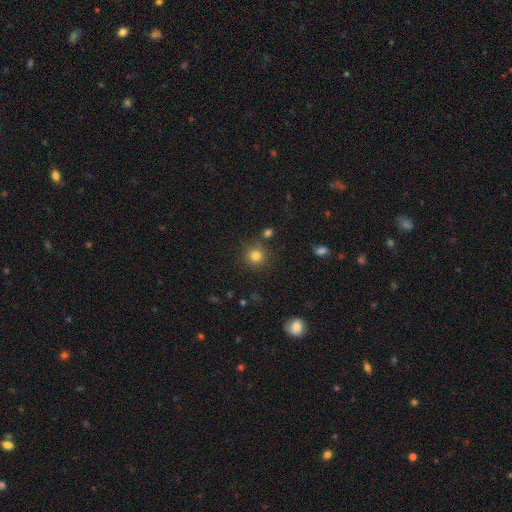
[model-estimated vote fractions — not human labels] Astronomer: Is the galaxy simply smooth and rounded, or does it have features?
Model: smooth — 80%.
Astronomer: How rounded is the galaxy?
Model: round — 93%.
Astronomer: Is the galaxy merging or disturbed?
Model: none — 84%.